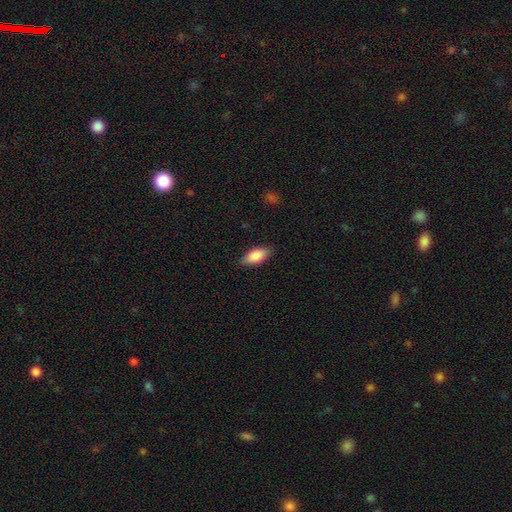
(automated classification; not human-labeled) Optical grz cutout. It shows a smooth galaxy with no disk features (82%) that is in between round and cigar-shaped (85%). Merging: none (86%).